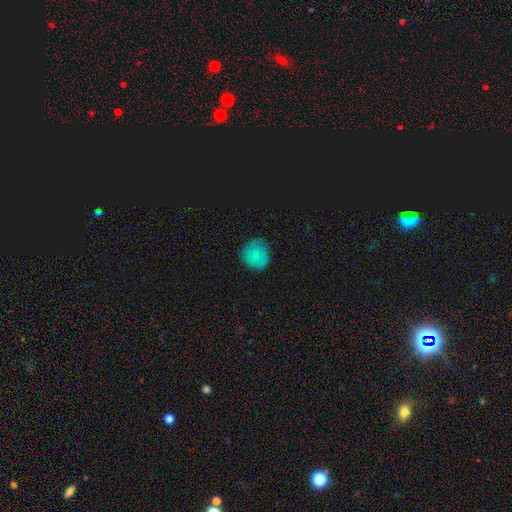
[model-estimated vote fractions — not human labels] This appears to be a smooth galaxy with no disk features (78%) that is round (86%). Merging: none (77%).